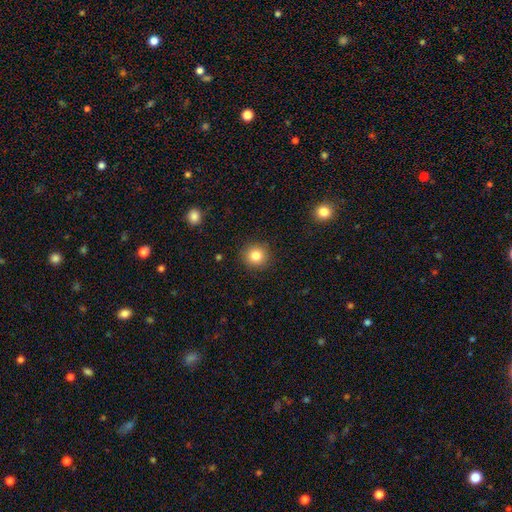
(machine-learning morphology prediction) smooth_or_featured: smooth (p=0.83) [alt: star or artifact p=0.11]
how_rounded: round (p=0.92) [alt: in between p=0.07]
merging: none (p=0.90) [alt: minor disturbance p=0.07]